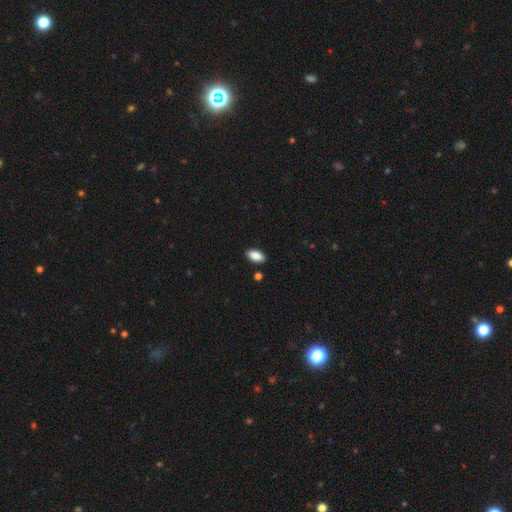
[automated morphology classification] The model was most divided on "merging": none: 88%, minor disturbance: 9%, major disturbance: 2%, merger: 2%. More confident: how rounded — in between (91%); smooth or featured — smooth (88%).